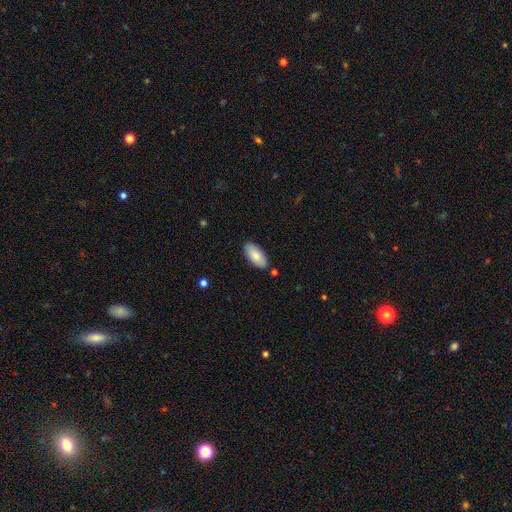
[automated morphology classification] Smooth or featured? smooth (82%)
How rounded? in between (91%)
Merging? none (85%)